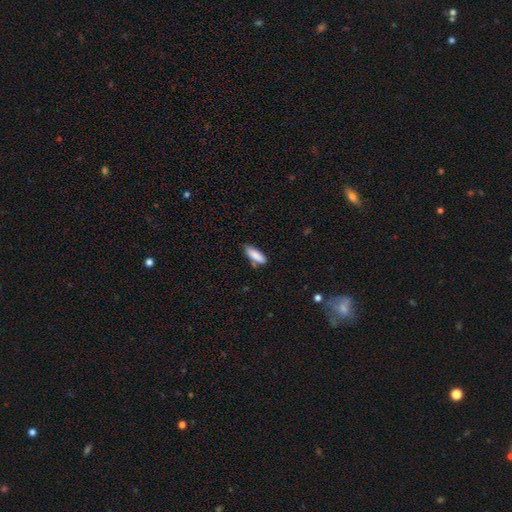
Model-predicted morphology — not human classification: type=smooth (87%); roundness=in between (60%); merging=none (72%).